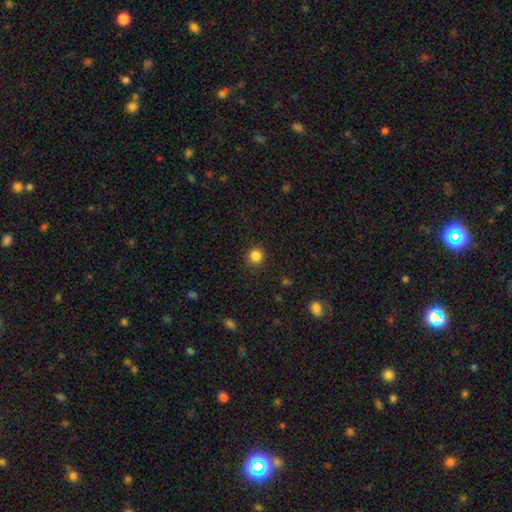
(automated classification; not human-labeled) Smooth or featured? smooth (85%)
How rounded? round (93%)
Merging? none (91%)